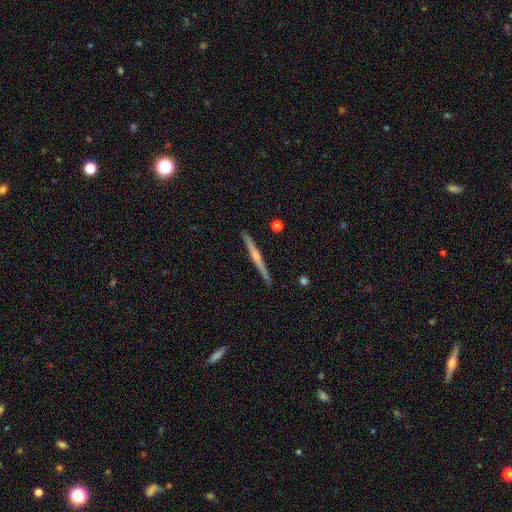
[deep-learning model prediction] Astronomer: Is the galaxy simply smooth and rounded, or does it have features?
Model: featured or disk — 72%.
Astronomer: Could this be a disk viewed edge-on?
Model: yes — 98%.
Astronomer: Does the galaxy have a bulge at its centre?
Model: rounded — 72%.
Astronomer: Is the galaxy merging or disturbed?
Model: none — 92%.